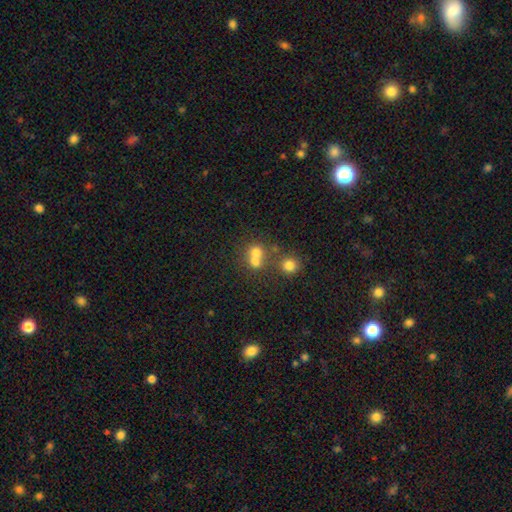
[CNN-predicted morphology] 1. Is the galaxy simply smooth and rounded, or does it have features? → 68% smooth, 16% featured or disk, 16% star or artifact.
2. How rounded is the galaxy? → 77% round, 22% in between, 1% cigar-shaped.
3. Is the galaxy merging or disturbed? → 56% merger, 34% none, 6% minor disturbance, 4% major disturbance.